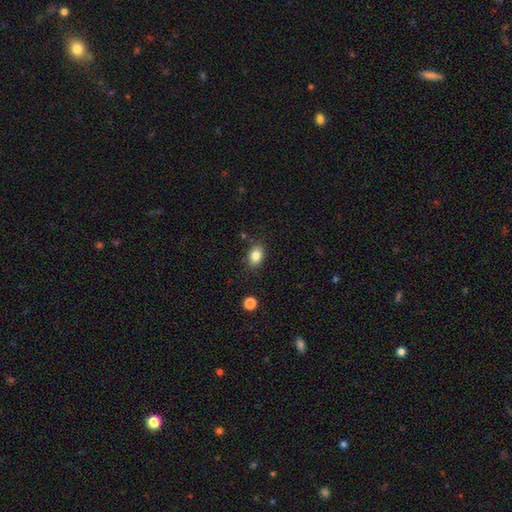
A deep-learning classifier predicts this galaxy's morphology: smooth-or-featured: smooth: 84% | star or artifact: 9% | featured or disk: 7%
  how-rounded: in between: 74% | round: 24% | cigar-shaped: 1%
  merging: none: 83% | minor disturbance: 12% | major disturbance: 3% | merger: 3%